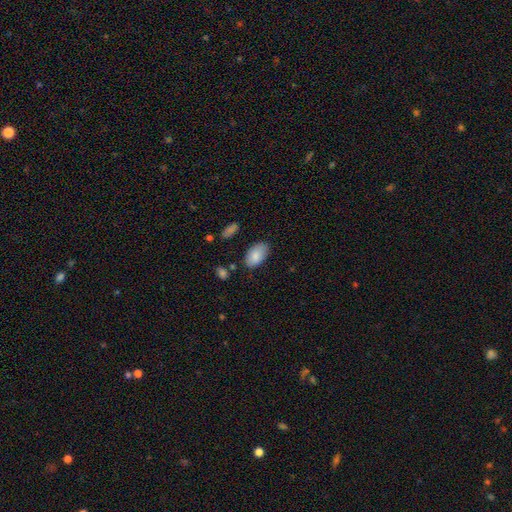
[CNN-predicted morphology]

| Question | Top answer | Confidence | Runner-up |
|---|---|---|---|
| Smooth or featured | smooth | 85% | featured or disk (8%) |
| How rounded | in between | 94% | round (4%) |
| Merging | none | 79% | minor disturbance (15%) |